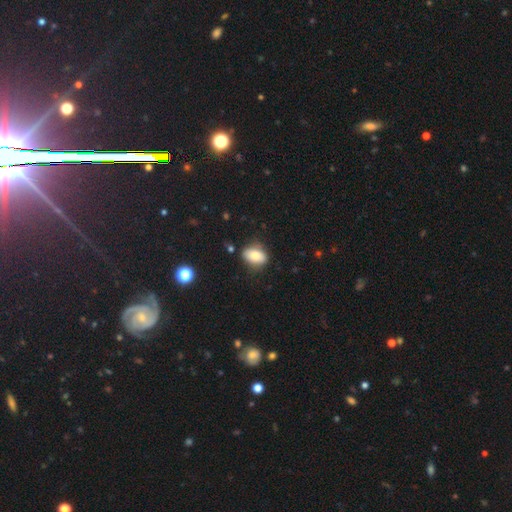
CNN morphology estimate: Smooth or featured?
  - smooth: 78% *
  - featured or disk: 13%
  - star or artifact: 8%
How rounded?
  - in between: 80% *
  - round: 17%
  - cigar-shaped: 2%
Merging?
  - none: 76% *
  - minor disturbance: 17%
  - major disturbance: 4%
  - merger: 3%